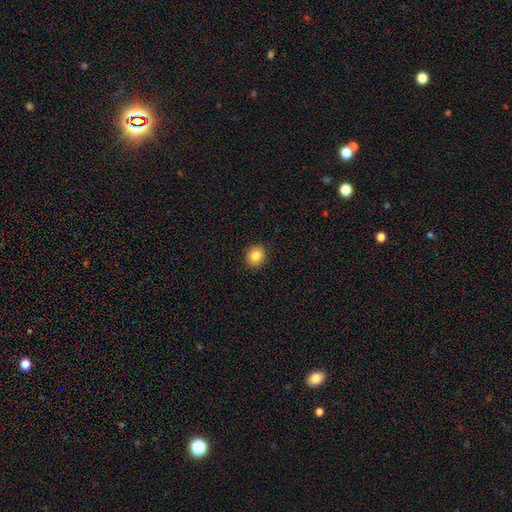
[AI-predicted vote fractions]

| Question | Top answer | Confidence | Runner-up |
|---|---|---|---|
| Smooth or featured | smooth | 83% | star or artifact (10%) |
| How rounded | round | 82% | in between (17%) |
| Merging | none | 92% | minor disturbance (6%) |